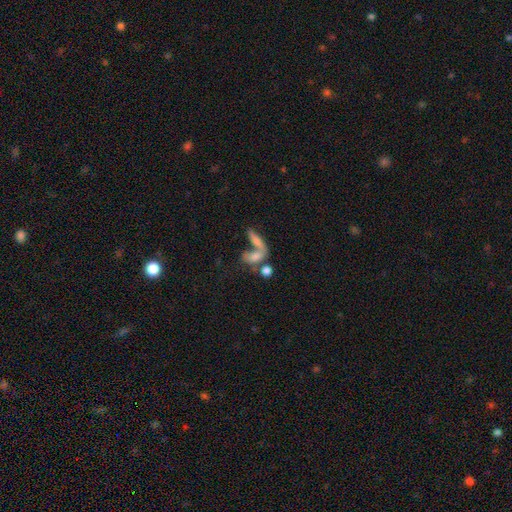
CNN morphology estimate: smooth-or-featured: smooth: 66% | featured or disk: 23% | star or artifact: 11%
  how-rounded: in between: 64% | cigar-shaped: 20% | round: 16%
  merging: merger: 55% | none: 27% | major disturbance: 10% | minor disturbance: 9%